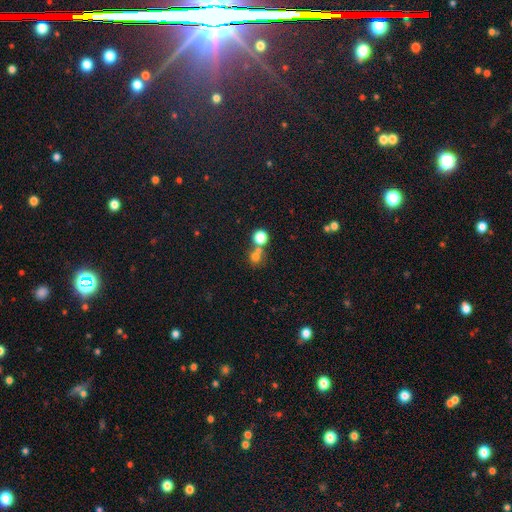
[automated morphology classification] Smooth or featured? smooth (71%)
How rounded? round (89%)
Merging? none (53%)